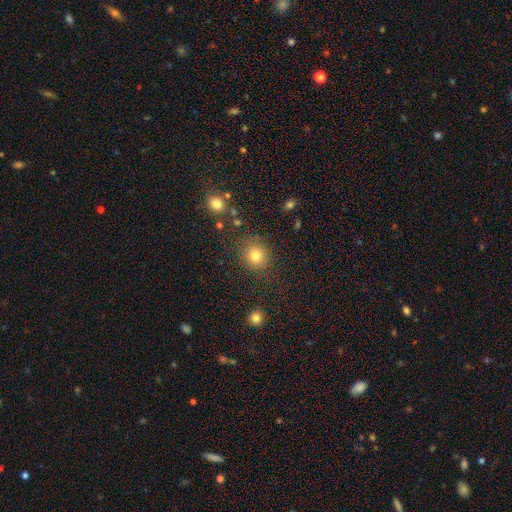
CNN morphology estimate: Smooth or featured?
  - smooth: 82% *
  - star or artifact: 12%
  - featured or disk: 6%
How rounded?
  - round: 84% *
  - in between: 15%
  - cigar-shaped: 1%
Merging?
  - none: 84% *
  - minor disturbance: 9%
  - major disturbance: 4%
  - merger: 3%